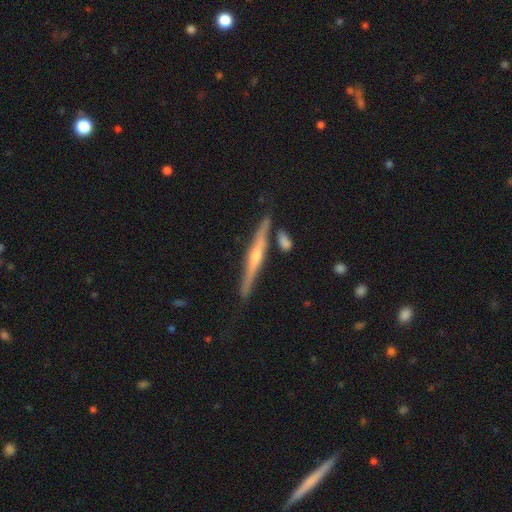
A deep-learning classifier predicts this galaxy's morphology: type=featured or disk (74%); edge-on=yes (97%); edge-on bulge=rounded (79%); merging=none (80%).